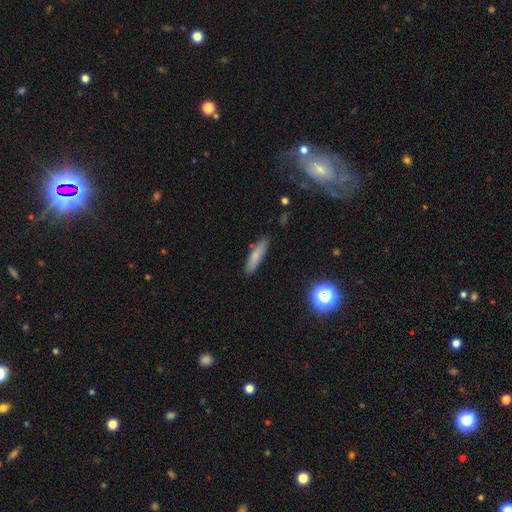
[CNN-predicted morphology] type=smooth (76%); roundness=cigar-shaped (76%); merging=none (86%).